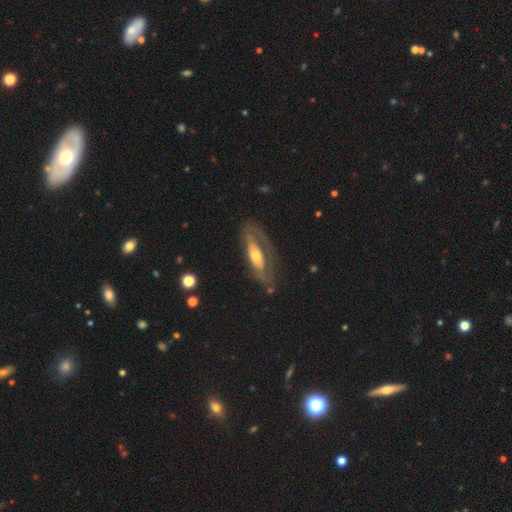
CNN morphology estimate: This is likely a featured or disk galaxy (67%). It is likely not viewed edge-on (78%). Bar: likely no (67%). Spiral arm pattern: possibly yes (54%). Central bulge: possibly moderate (58%). Merging: possibly none (58%).